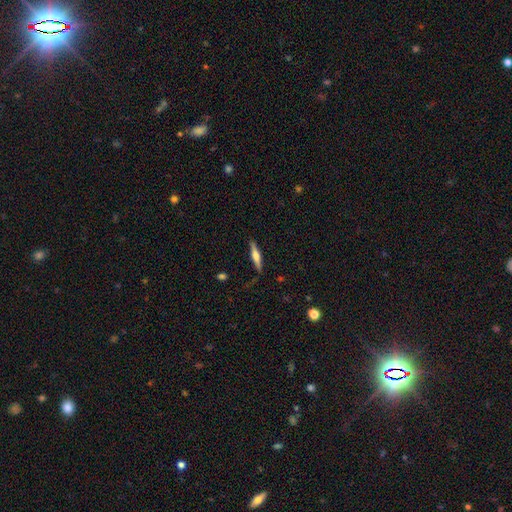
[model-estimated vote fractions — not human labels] Smooth or featured: featured or disk — 56% (smooth — 37%)
Edge-on disk: yes — 96% (no — 4%)
Edge-on bulge: rounded — 76% (boxy — 18%)
Merging: none — 84% (minor disturbance — 12%)